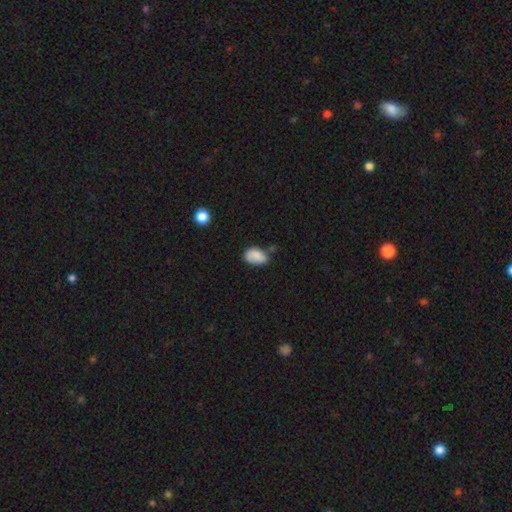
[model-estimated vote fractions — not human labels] smooth-or-featured: smooth: 80% | featured or disk: 11% | star or artifact: 8%
  how-rounded: in between: 88% | round: 11% | cigar-shaped: 1%
  merging: none: 53% | minor disturbance: 32% | major disturbance: 8% | merger: 8%